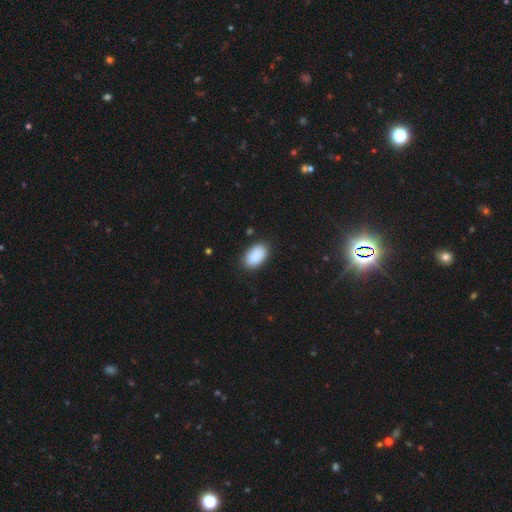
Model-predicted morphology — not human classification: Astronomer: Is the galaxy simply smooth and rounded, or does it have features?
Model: smooth — 91%.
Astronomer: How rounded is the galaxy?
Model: in between — 93%.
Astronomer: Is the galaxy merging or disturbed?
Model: none — 86%.